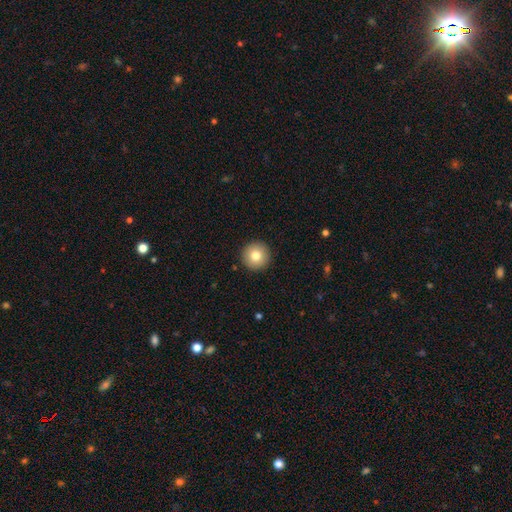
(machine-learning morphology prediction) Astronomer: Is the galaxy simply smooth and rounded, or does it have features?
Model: smooth — 80%.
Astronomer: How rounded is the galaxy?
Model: round — 96%.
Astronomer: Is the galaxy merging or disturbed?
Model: none — 93%.